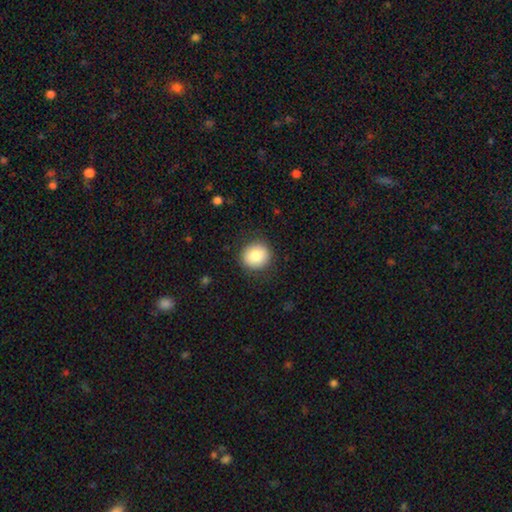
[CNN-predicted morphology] Q: Smooth or featured?
A: smooth (83%); runner-up: featured or disk (9%)
Q: How rounded?
A: round (88%); runner-up: in between (12%)
Q: Merging?
A: none (87%); runner-up: minor disturbance (9%)